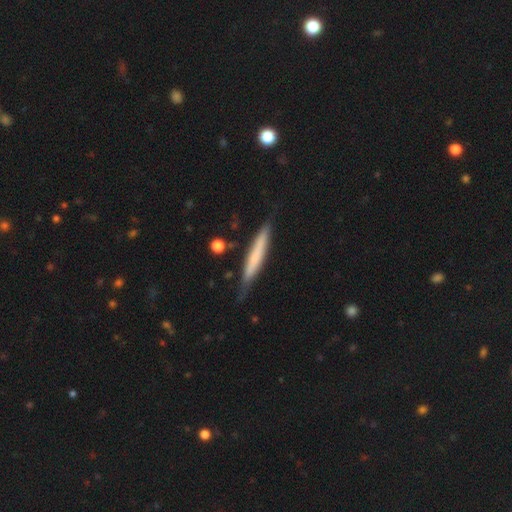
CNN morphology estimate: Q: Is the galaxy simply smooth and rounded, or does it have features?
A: smooth — 60%.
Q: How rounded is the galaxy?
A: cigar-shaped — 95%.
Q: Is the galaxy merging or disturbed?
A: none — 77%.